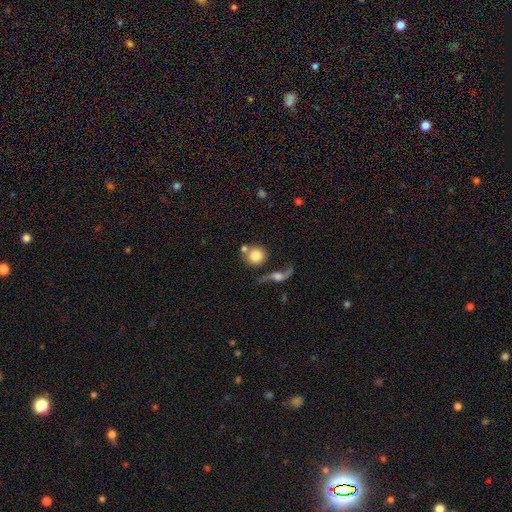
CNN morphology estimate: Smooth or featured? smooth (75%)
How rounded? round (91%)
Merging? none (57%)